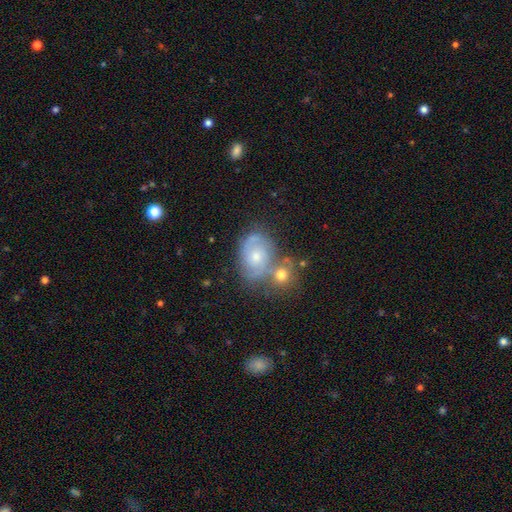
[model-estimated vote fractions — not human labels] A featured or disk galaxy (64%) with no bar (73%), 2 (57%) tight (44%) spiral arms (84%) and a moderate central bulge (51%). Merging: none (43%).